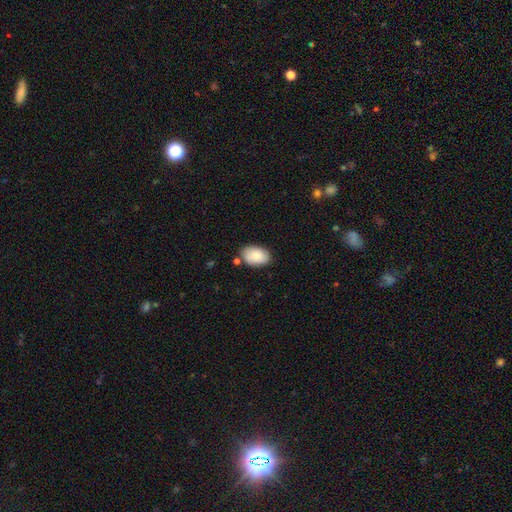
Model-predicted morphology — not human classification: This appears to be a smooth galaxy with no disk features (85%) that is in between round and cigar-shaped (90%). Merging: none (75%).